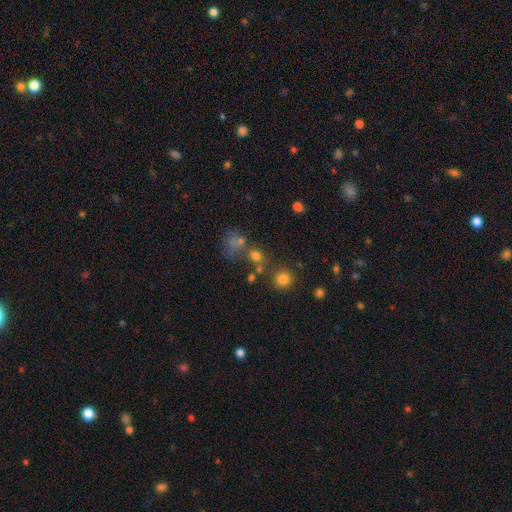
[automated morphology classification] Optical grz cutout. It shows a smooth galaxy with no disk features (68%) that is round (68%). Merging: none (53%).